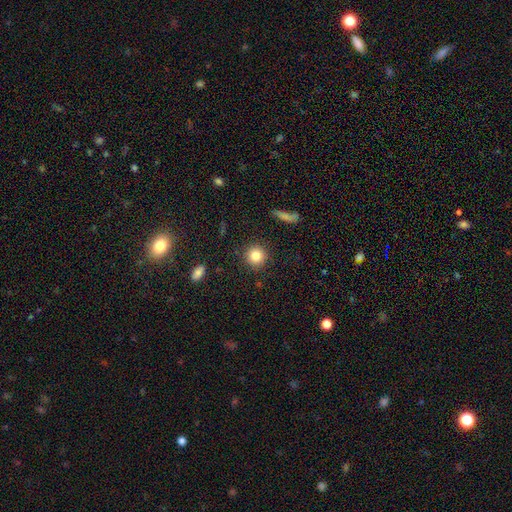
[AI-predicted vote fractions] smooth-or-featured: smooth: 83% | star or artifact: 10% | featured or disk: 7%
  how-rounded: round: 93% | in between: 6% | cigar-shaped: 1%
  merging: none: 90% | minor disturbance: 6% | major disturbance: 2% | merger: 1%